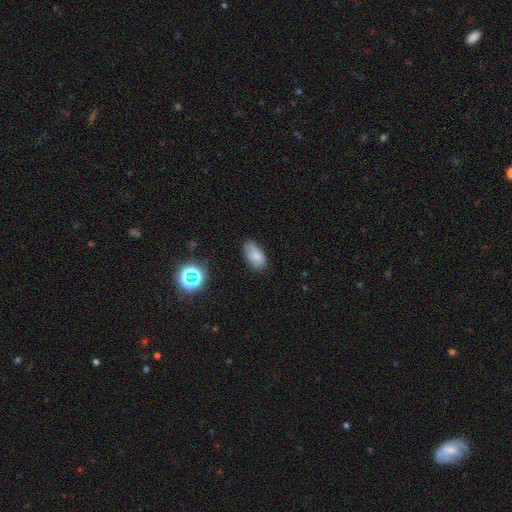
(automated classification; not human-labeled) Overall: smooth (76%). How rounded: in between (92%). Merging: none (66%).